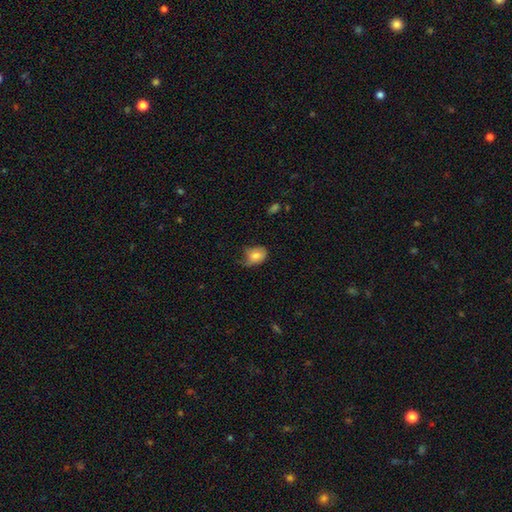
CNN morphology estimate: A smooth galaxy with no disk features (79%) that is in between round and cigar-shaped (75%).

Vote fractions:
- Smooth or featured? smooth: 79% / featured or disk: 13% / star or artifact: 8%
- How rounded? in between: 75% / round: 23% / cigar-shaped: 1%
- Merging? minor disturbance: 40% / none: 38% / major disturbance: 19% / merger: 2%